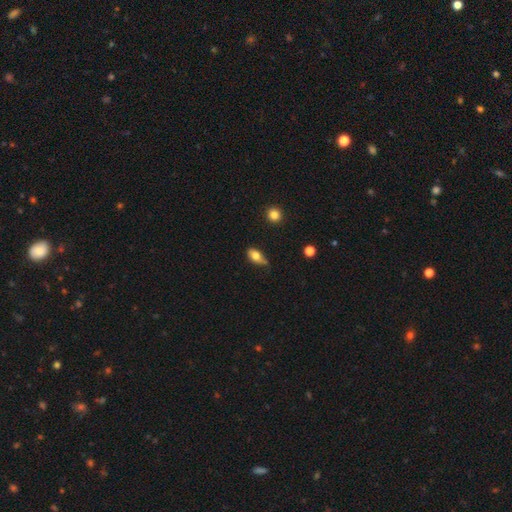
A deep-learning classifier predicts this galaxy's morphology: smooth_or_featured: smooth (p=0.72) [alt: featured or disk p=0.20]
how_rounded: in between (p=0.84) [alt: cigar-shaped p=0.09]
merging: none (p=0.53) [alt: minor disturbance p=0.35]